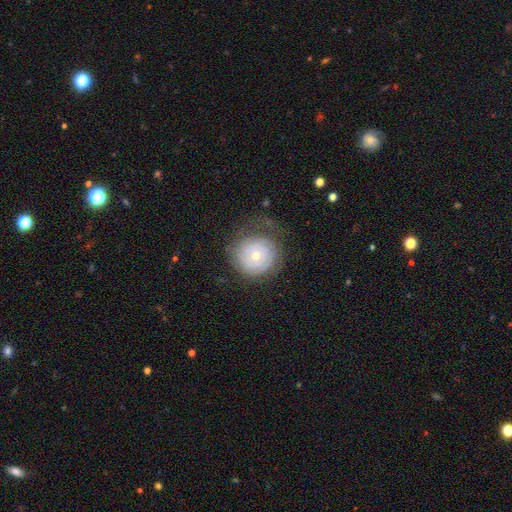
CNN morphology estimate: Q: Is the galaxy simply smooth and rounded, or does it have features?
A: featured or disk — 55%.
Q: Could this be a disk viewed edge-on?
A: no — 97%.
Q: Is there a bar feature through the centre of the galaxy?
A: no — 85%.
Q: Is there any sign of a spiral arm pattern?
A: yes — 65%.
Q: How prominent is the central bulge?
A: small — 53%.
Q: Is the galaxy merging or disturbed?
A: none — 58%.